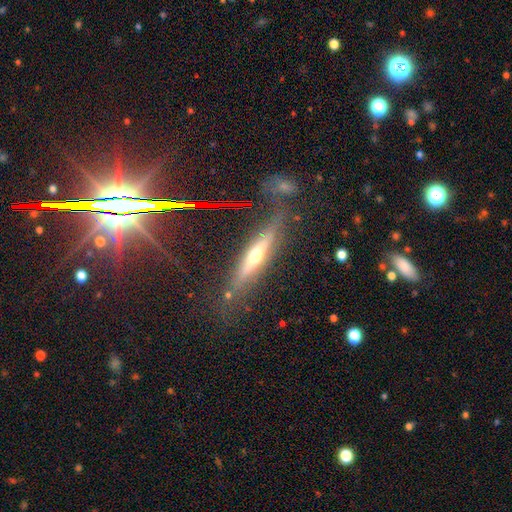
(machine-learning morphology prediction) A featured or disk galaxy (59%) viewed edge-on (89%) with a rounded central bulge (86%).

Vote fractions:
- Smooth or featured? featured or disk: 59% / smooth: 27% / star or artifact: 14%
- Edge-on disk? yes: 89% / no: 11%
- Edge-on bulge? rounded: 86% / none: 9% / boxy: 5%
- Merging? none: 77% / minor disturbance: 14% / major disturbance: 6% / merger: 4%